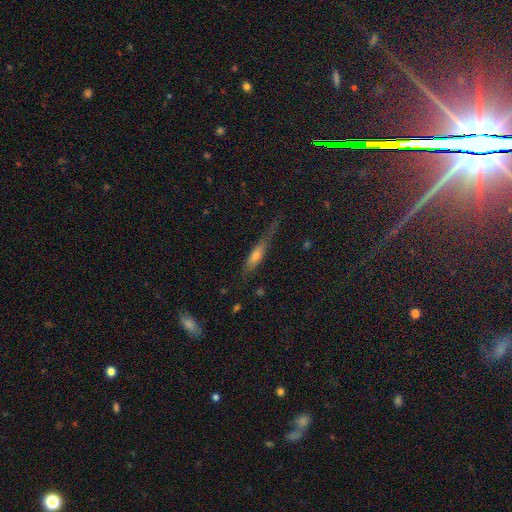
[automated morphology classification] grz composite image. It shows a smooth galaxy with no disk features (46%). Merging: none (59%).